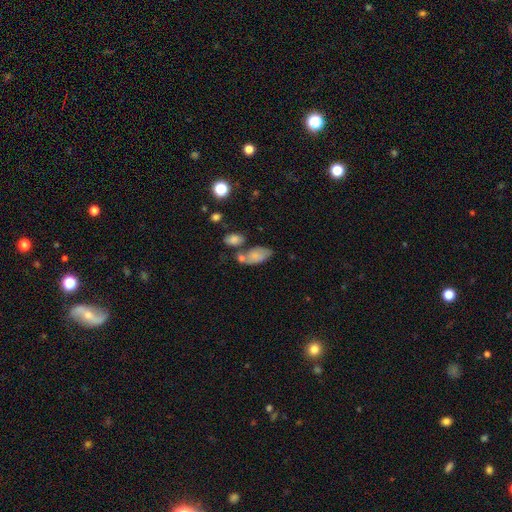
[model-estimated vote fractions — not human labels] A smooth galaxy with no disk features (69%) that is in between round and cigar-shaped (91%).

Vote fractions:
- Smooth or featured? smooth: 69% / featured or disk: 22% / star or artifact: 9%
- How rounded? in between: 91% / cigar-shaped: 5% / round: 5%
- Merging? none: 46% / merger: 26% / minor disturbance: 20% / major disturbance: 8%